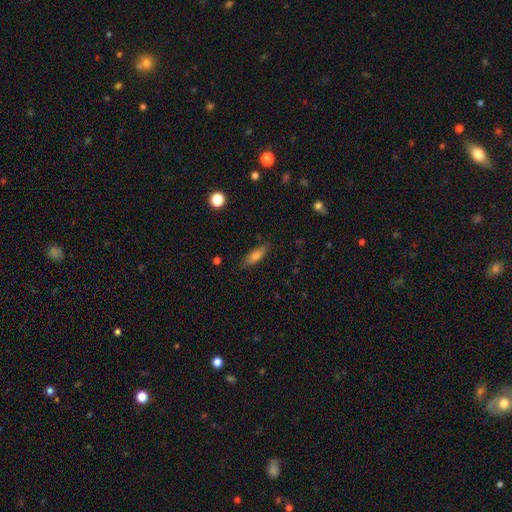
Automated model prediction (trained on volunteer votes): A smooth galaxy with no disk features (76%) that is in between round and cigar-shaped (55%).

Vote fractions:
- Smooth or featured? smooth: 76% / featured or disk: 16% / star or artifact: 8%
- How rounded? in between: 55% / cigar-shaped: 42% / round: 3%
- Merging? none: 80% / minor disturbance: 15% / major disturbance: 3% / merger: 1%